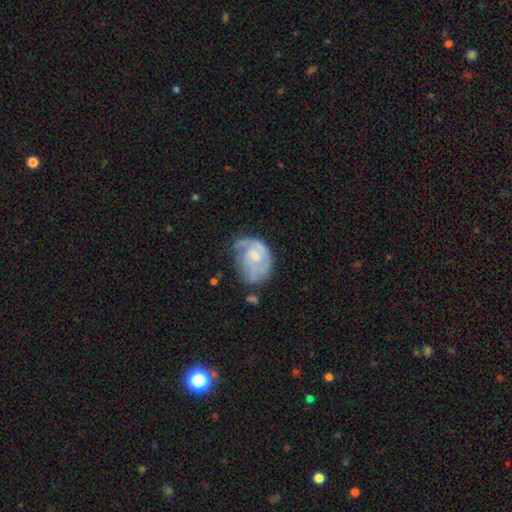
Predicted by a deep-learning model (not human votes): smooth-or-featured: featured or disk: 77% | smooth: 17% | star or artifact: 6%
  disk-edge-on: no: 98% | yes: 2%
    bar: no: 64% | weak: 32% | strong: 4%
    has-spiral-arms: yes: 92% | no: 8%
      spiral-winding: tight: 52% | medium: 36% | loose: 12%
      spiral-arm-count: 2: 48% | can't tell: 19% | 1: 18% | 3: 10% | 4: 2% | more than 4: 2%
    bulge-size: small: 51% | moderate: 36% | none: 9% | large: 3% | dominant: 1%
  merging: none: 51% | minor disturbance: 29% | major disturbance: 17% | merger: 4%